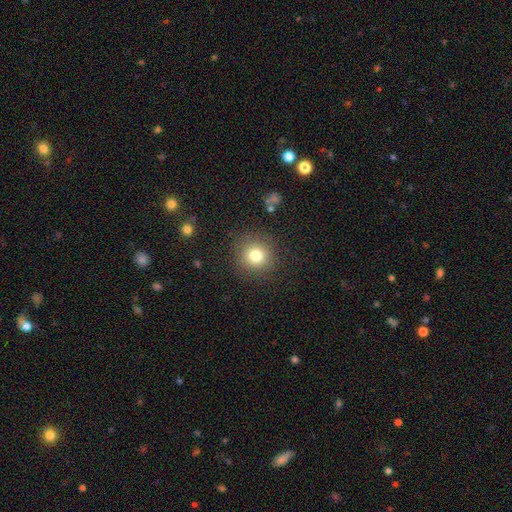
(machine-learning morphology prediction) This is likely a smooth galaxy (78%). How rounded: clearly round (91%). Merging: clearly none (87%).